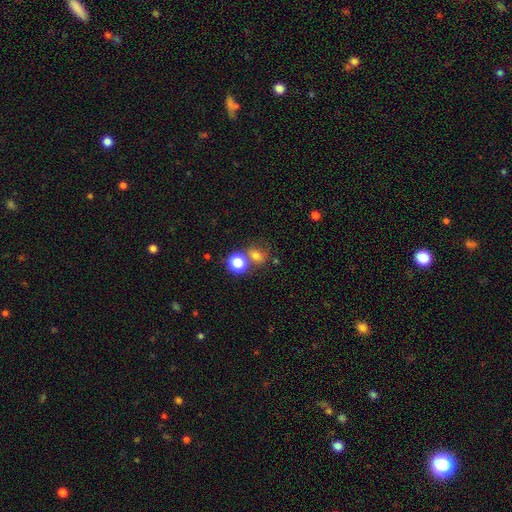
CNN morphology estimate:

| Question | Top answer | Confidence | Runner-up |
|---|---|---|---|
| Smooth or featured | smooth | 73% | star or artifact (18%) |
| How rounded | round | 63% | in between (36%) |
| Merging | none | 54% | merger (29%) |